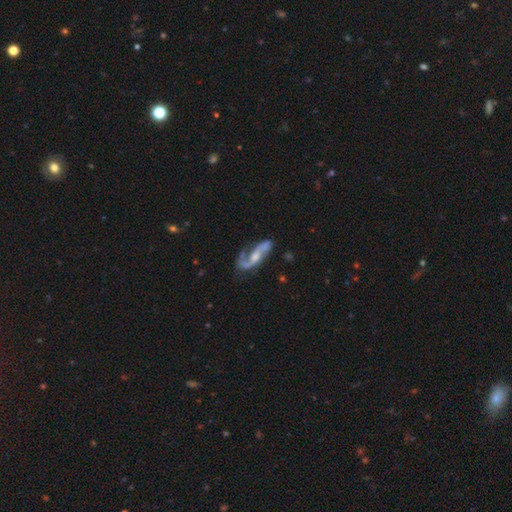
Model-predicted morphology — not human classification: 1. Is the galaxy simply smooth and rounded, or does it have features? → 84% featured or disk, 11% smooth, 5% star or artifact.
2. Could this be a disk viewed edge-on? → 91% no, 9% yes.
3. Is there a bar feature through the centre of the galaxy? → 43% no, 37% weak, 21% strong.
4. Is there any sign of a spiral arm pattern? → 94% yes, 6% no.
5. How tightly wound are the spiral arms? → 60% loose, 32% medium, 9% tight.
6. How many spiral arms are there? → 86% 2, 7% 1, 4% can't tell, 1% 3, 1% 4, 1% more than 4.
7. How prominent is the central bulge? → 47% moderate, 33% small, 11% none, 8% large, 2% dominant.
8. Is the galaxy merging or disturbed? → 54% none, 22% minor disturbance, 18% major disturbance, 6% merger.